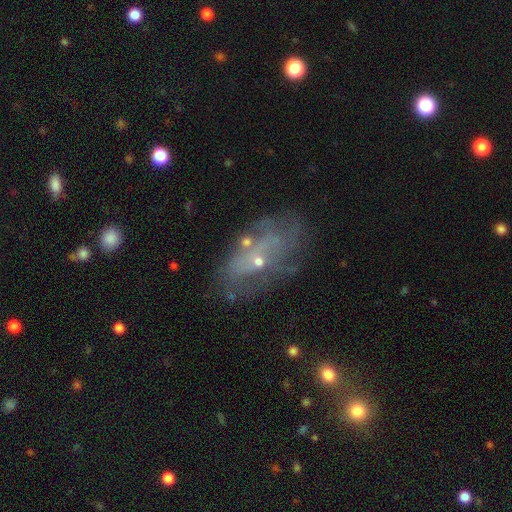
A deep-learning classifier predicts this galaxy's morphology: featured or disk 63%, smooth 24%, star or artifact 12%. Down the decision tree: edge-on disk — no (91%); bar — no (78%); spiral arms — yes (51%); bulge size — small (75%); merging — none (62%).